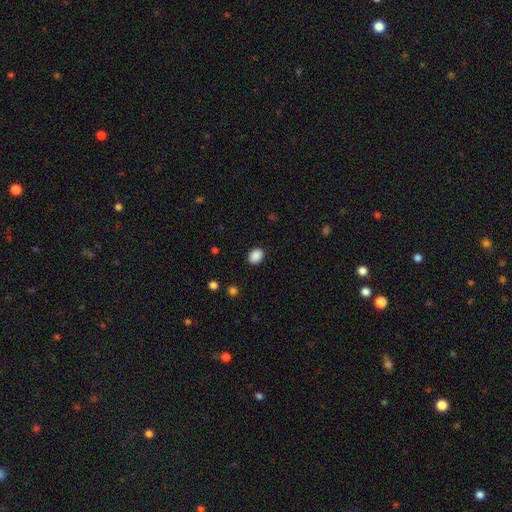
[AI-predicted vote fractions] Smooth or featured? smooth (89%)
How rounded? in between (60%)
Merging? none (88%)